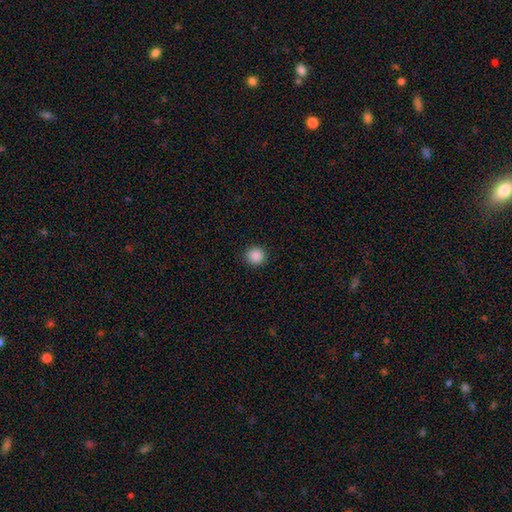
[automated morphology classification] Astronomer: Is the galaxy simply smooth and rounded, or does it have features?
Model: smooth — 88%.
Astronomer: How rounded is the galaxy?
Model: round — 90%.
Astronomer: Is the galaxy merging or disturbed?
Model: none — 91%.